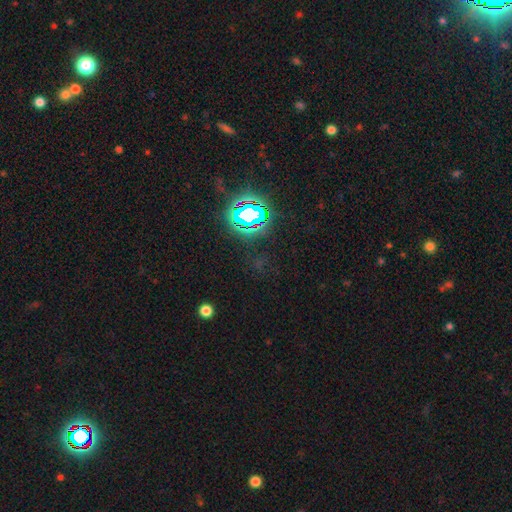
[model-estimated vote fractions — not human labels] star or artifact 81%, smooth 12%, featured or disk 7%.